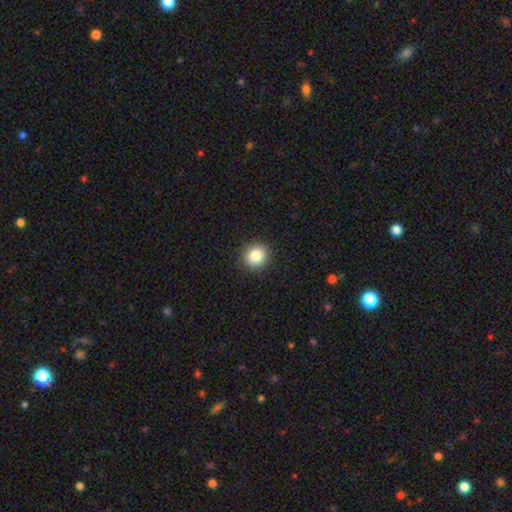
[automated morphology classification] Smooth or featured?
  - smooth: 85% *
  - star or artifact: 10%
  - featured or disk: 5%
How rounded?
  - round: 87% *
  - in between: 12%
  - cigar-shaped: 1%
Merging?
  - none: 91% *
  - minor disturbance: 6%
  - major disturbance: 2%
  - merger: 1%